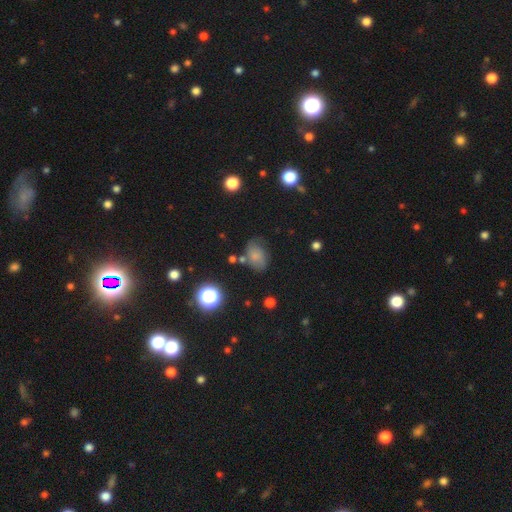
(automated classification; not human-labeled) This is likely a smooth galaxy (62%). How rounded: likely in between (76%). Merging: possibly none (57%).